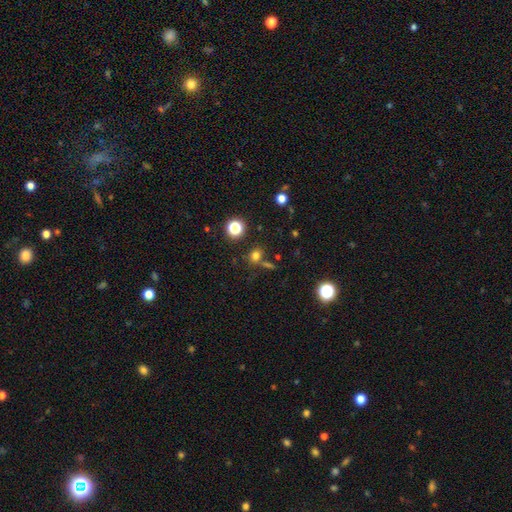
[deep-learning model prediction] Smooth or featured?
  - smooth: 71% *
  - star or artifact: 22%
  - featured or disk: 7%
How rounded?
  - round: 71% *
  - in between: 27%
  - cigar-shaped: 2%
Merging?
  - none: 69% *
  - merger: 16%
  - minor disturbance: 11%
  - major disturbance: 5%